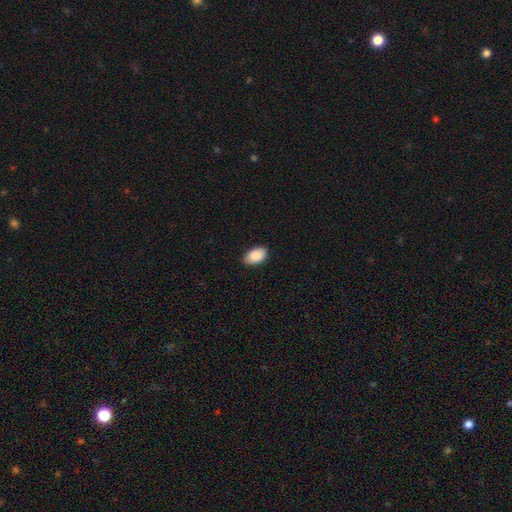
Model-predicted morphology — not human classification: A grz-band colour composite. It shows a smooth galaxy with no disk features (87%) that is in between round and cigar-shaped (93%). Merging: none (88%).